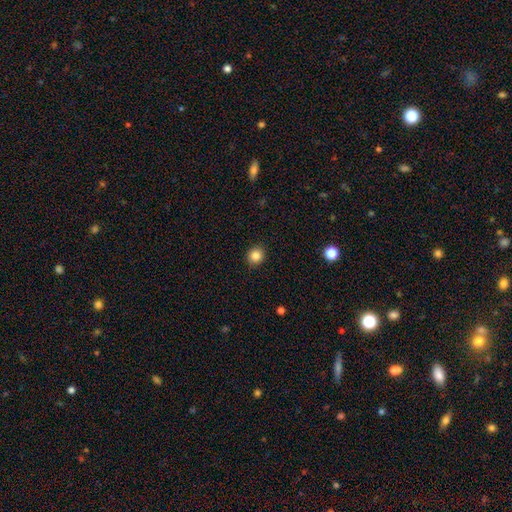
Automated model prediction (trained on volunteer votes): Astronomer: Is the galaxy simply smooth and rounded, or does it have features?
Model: smooth — 84%.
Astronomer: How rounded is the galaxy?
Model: round — 87%.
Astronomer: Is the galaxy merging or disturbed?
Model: none — 90%.